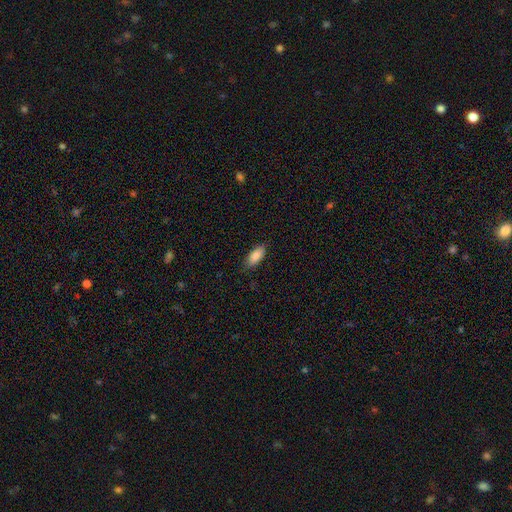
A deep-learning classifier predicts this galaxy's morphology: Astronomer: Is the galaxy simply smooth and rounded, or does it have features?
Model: smooth — 87%.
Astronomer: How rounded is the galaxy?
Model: in between — 85%.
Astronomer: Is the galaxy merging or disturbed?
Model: none — 82%.